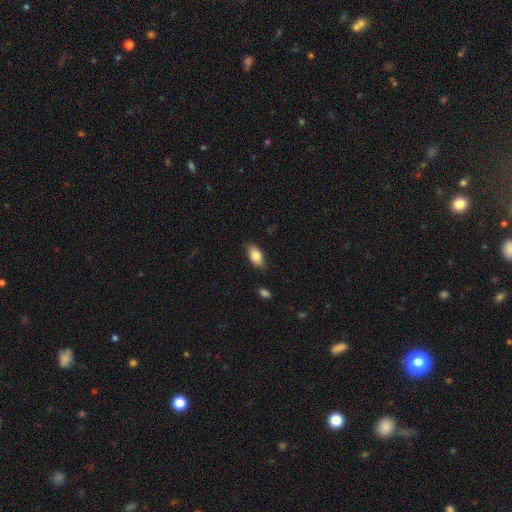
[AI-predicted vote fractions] This is clearly a smooth galaxy (84%). How rounded: clearly in between (91%). Merging: clearly none (84%).